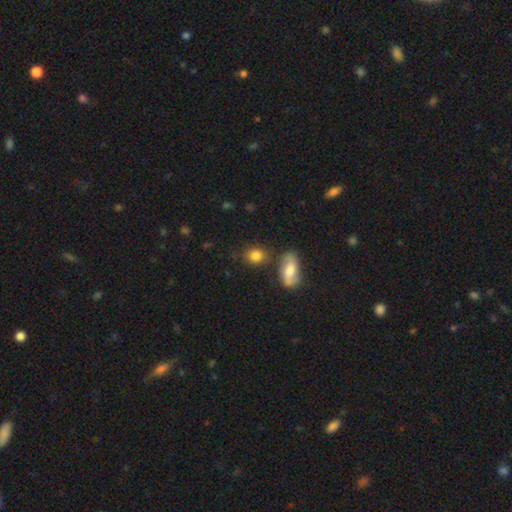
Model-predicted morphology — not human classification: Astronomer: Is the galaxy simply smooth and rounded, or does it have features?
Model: smooth — 82%.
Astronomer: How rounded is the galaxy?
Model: round — 56% (runner-up: in between, 42%).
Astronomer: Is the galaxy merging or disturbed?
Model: none — 71%.